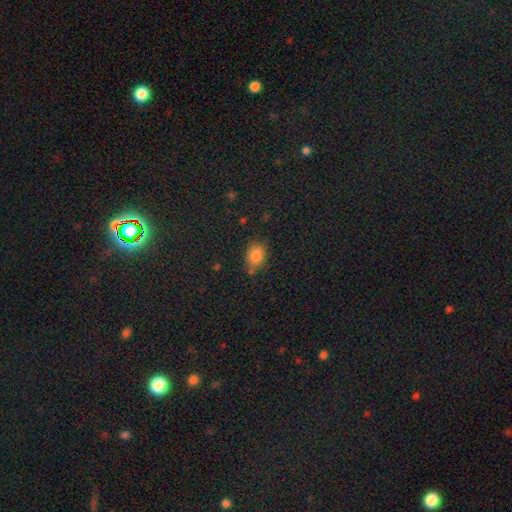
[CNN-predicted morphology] The model was most divided on "merging": none: 65%, minor disturbance: 24%, merger: 6%, major disturbance: 5%. More confident: smooth or featured — smooth (82%); how rounded — in between (74%).